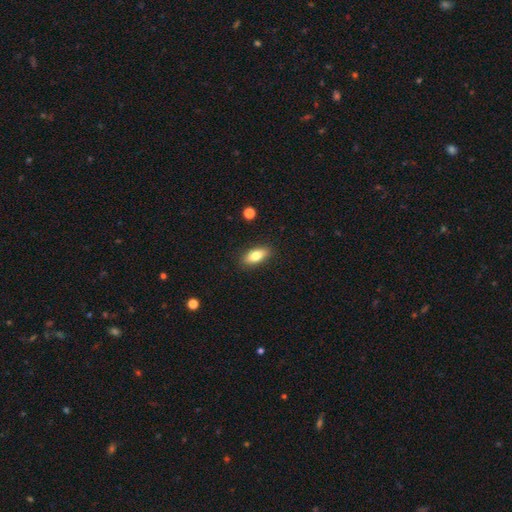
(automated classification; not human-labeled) smooth_or_featured: smooth (p=0.79) [alt: featured or disk p=0.14]
how_rounded: in between (p=0.82) [alt: cigar-shaped p=0.14]
merging: none (p=0.88) [alt: minor disturbance p=0.08]